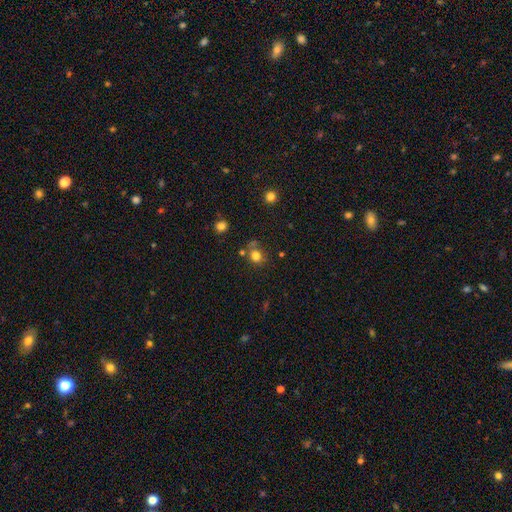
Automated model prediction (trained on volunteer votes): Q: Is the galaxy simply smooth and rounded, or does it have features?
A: smooth — 77%.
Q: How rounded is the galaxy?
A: round — 74%.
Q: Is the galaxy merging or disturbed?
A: none — 62%.